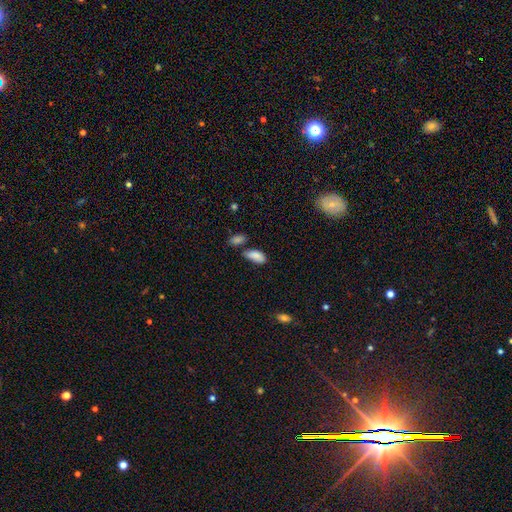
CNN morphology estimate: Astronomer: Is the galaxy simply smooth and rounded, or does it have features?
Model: smooth — 87%.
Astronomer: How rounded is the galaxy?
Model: in between — 90%.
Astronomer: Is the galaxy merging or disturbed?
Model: none — 53%.